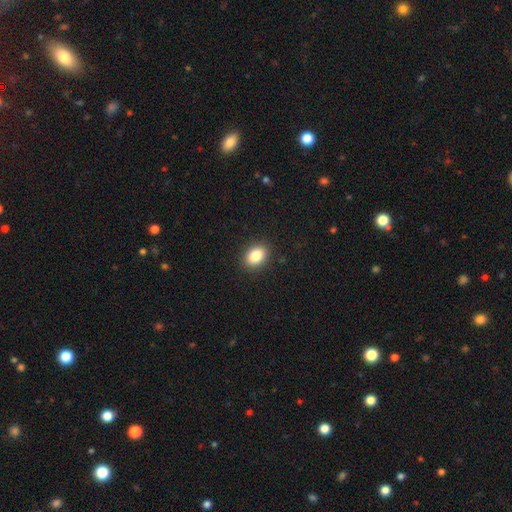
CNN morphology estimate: Smooth or featured? Predicted: smooth (p=0.85). How rounded? Predicted: in between (p=0.75). Merging? Predicted: none (p=0.89).